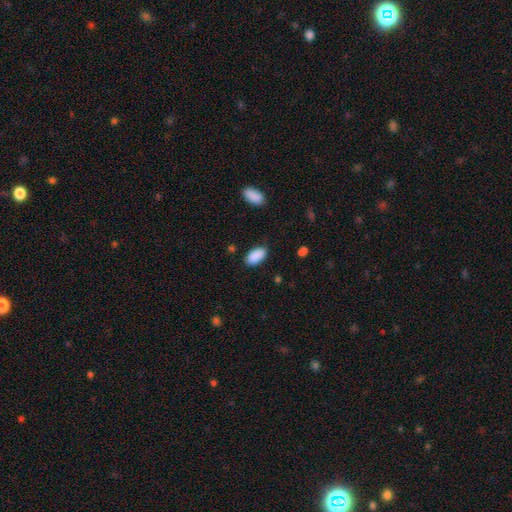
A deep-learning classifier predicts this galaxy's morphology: smooth-or-featured: smooth: 90% | star or artifact: 6% | featured or disk: 3%
  how-rounded: in between: 95% | round: 3% | cigar-shaped: 3%
  merging: none: 85% | minor disturbance: 11% | major disturbance: 3% | merger: 1%